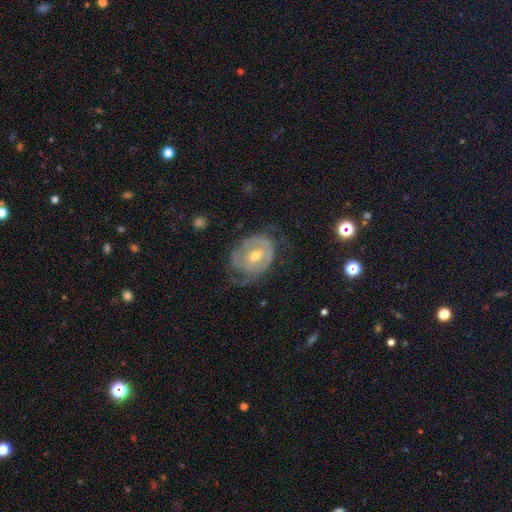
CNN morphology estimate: Smooth or featured?
  - featured or disk: 77% *
  - smooth: 17%
  - star or artifact: 6%
Edge-on disk?
  - no: 97% *
  - yes: 3%
Bar?
  - no: 55% *
  - weak: 34%
  - strong: 10%
Spiral arms?
  - yes: 76% *
  - no: 24%
Spiral winding?
  - tight: 57% *
  - medium: 29%
  - loose: 15%
Spiral arm count?
  - 2: 39% *
  - can't tell: 33%
  - 1: 16%
  - 3: 8%
  - 4: 3%
  - more than 4: 2%
Bulge size?
  - moderate: 66% *
  - small: 30%
  - large: 3%
  - none: 1%
  - dominant: 1%
Merging?
  - none: 52% *
  - minor disturbance: 26%
  - major disturbance: 20%
  - merger: 2%